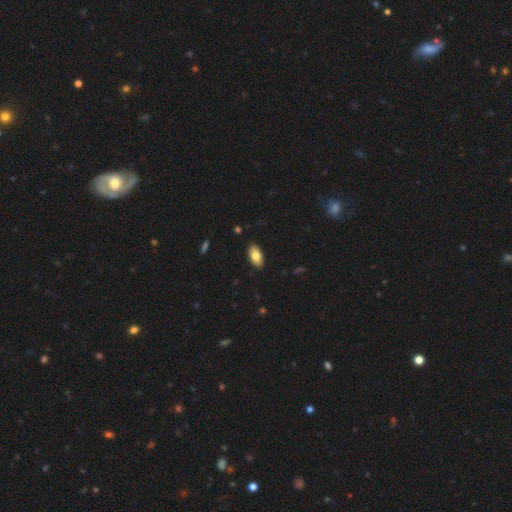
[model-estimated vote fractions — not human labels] Overall: smooth (81%). How rounded: in between (93%). Merging: none (89%).